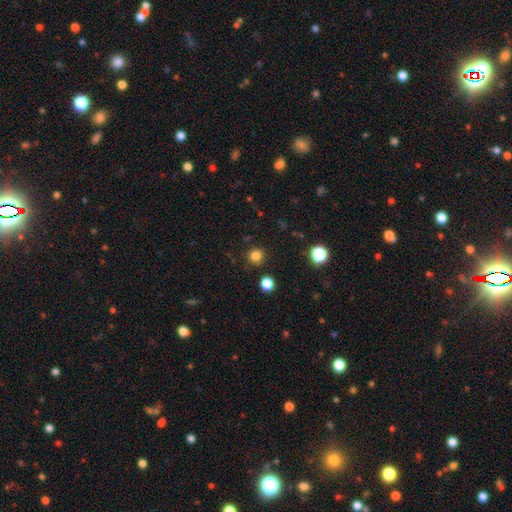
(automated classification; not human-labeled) Smooth or featured? smooth (81%)
How rounded? round (93%)
Merging? none (89%)